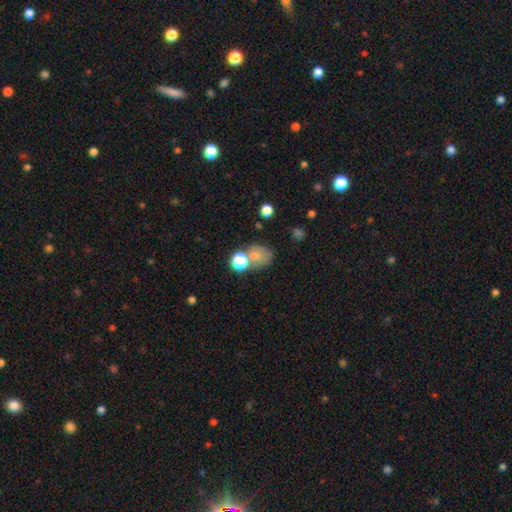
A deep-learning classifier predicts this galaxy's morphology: Overall: smooth (70%). How rounded: round (52%; in between 47%). Merging: none (46%; merger 30%).